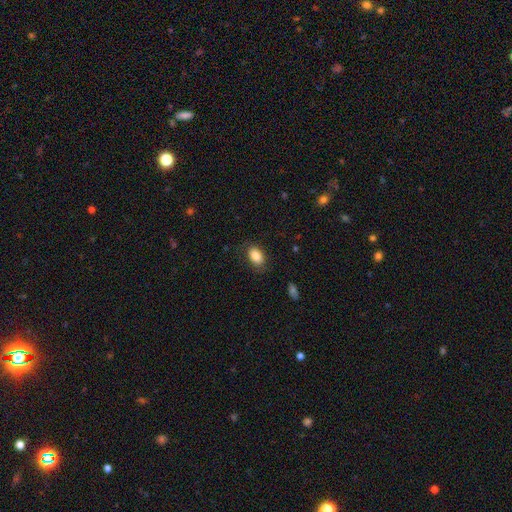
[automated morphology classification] Overall: smooth (86%). How rounded: in between (88%). Merging: none (80%).